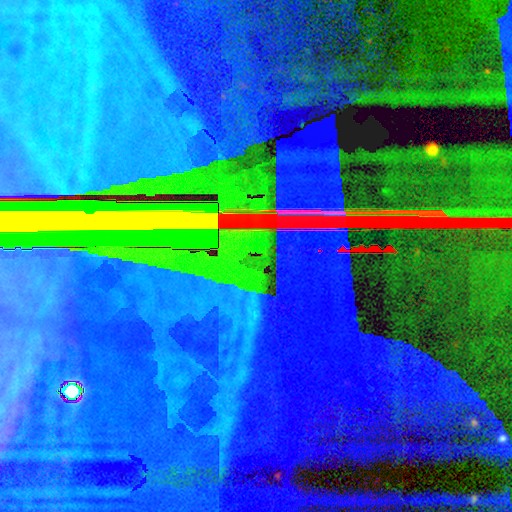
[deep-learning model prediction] Smooth or featured: star or artifact — 87% (featured or disk — 7%)